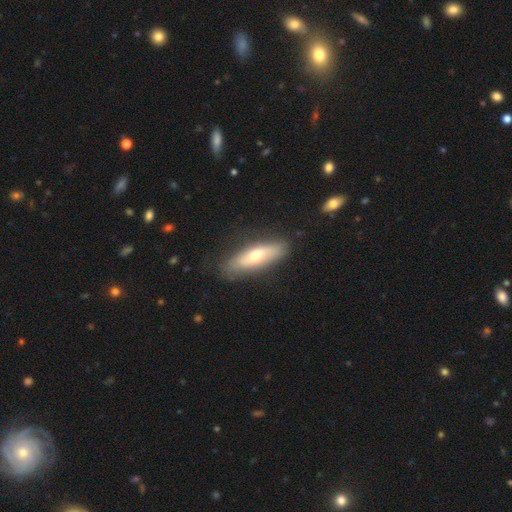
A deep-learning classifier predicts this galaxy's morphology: Smooth or featured? smooth (53%)
How rounded? cigar-shaped (52%)
Merging? none (81%)